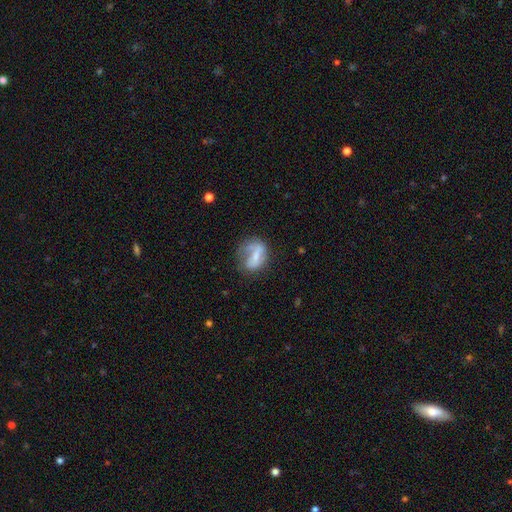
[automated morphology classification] Q: Smooth or featured?
A: smooth (48%); runner-up: featured or disk (43%)
Q: Merging?
A: none (39%); runner-up: major disturbance (29%)